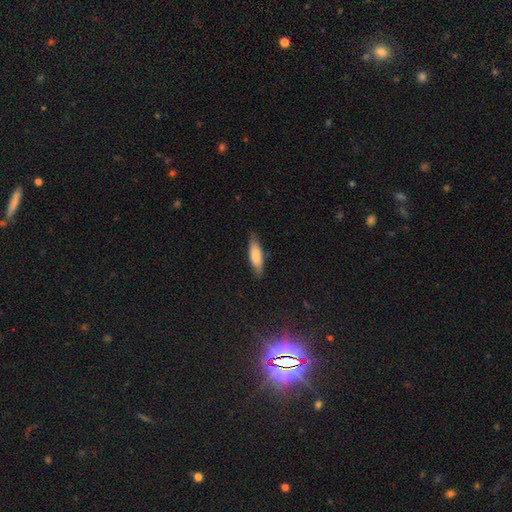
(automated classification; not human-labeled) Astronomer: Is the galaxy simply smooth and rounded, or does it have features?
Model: smooth — 80%.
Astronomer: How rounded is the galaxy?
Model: in between — 50% (runner-up: cigar-shaped, 49%).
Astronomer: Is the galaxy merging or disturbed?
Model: none — 79%.